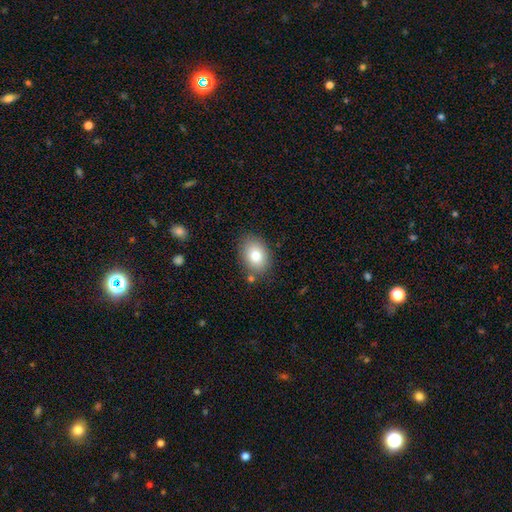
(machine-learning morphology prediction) This is likely a smooth galaxy (79%). How rounded: likely in between (74%). Merging: clearly none (80%).